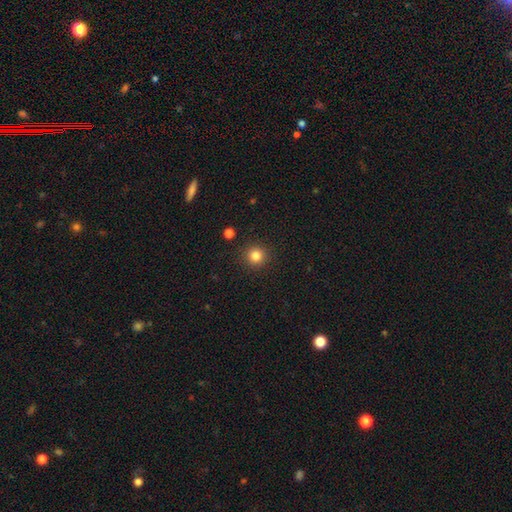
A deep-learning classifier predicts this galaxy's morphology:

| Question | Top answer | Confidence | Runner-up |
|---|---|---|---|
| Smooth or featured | smooth | 83% | star or artifact (12%) |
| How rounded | round | 94% | in between (5%) |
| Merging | none | 91% | minor disturbance (5%) |